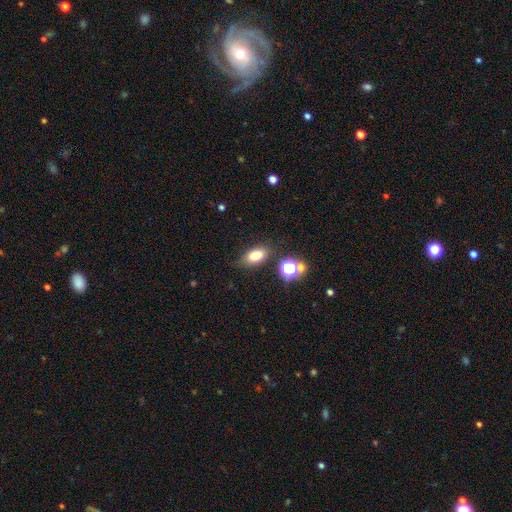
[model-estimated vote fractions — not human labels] This appears to be a smooth galaxy with no disk features (77%) that is in between round and cigar-shaped (84%). Merging: none (78%).